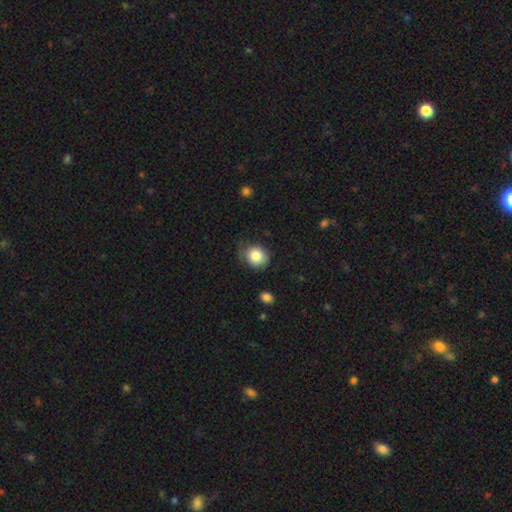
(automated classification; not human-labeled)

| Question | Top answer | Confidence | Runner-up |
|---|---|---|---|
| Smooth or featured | smooth | 84% | star or artifact (9%) |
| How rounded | round | 76% | in between (23%) |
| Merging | none | 65% | minor disturbance (26%) |